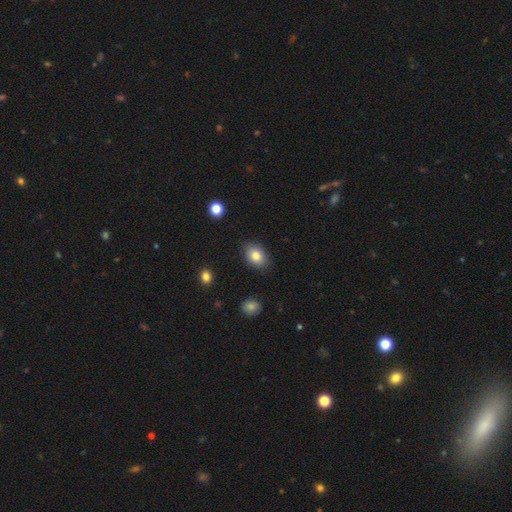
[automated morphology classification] A smooth galaxy with no disk features (82%) that is in between round and cigar-shaped (80%). Merging: none (84%).